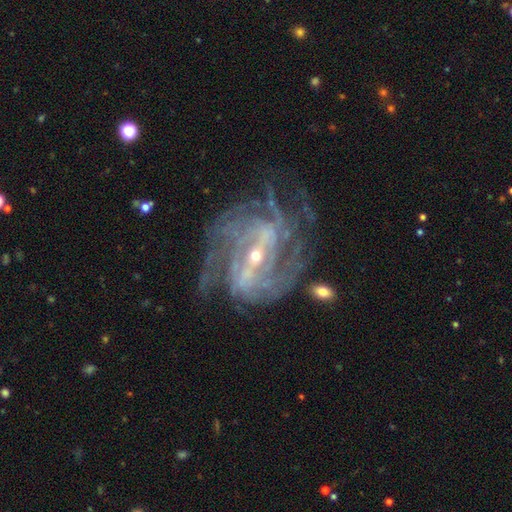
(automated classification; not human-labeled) Smooth or featured? Predicted: featured or disk (p=0.91). Edge-on disk? Predicted: no (p=0.96). Bar? Predicted: strong (p=0.62). Spiral arms? Predicted: yes (p=0.97). Spiral winding? Predicted: tight (p=0.49). Spiral arm count? Predicted: 4 (p=0.24). Bulge size? Predicted: small (p=0.71). Merging? Predicted: none (p=0.67).